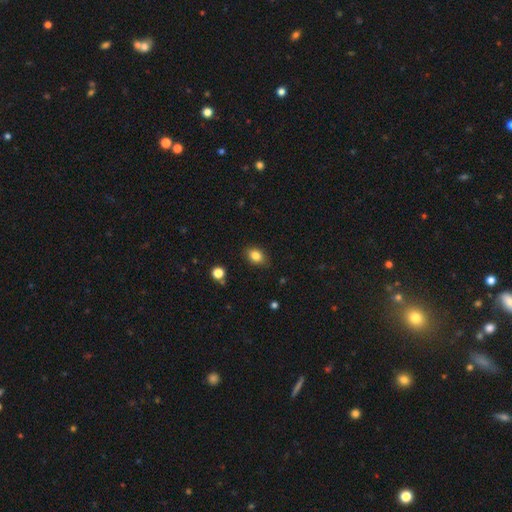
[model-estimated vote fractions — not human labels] The model was most divided on "how rounded": in between: 72%, round: 26%, cigar-shaped: 1%. More confident: merging — none (85%); smooth or featured — smooth (83%).